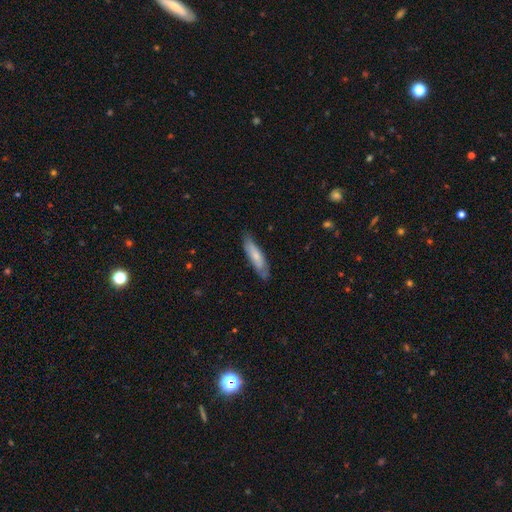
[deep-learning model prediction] smooth_or_featured: smooth (p=0.67) [alt: featured or disk p=0.27]
how_rounded: cigar-shaped (p=0.71) [alt: in between p=0.27]
merging: none (p=0.75) [alt: minor disturbance p=0.20]